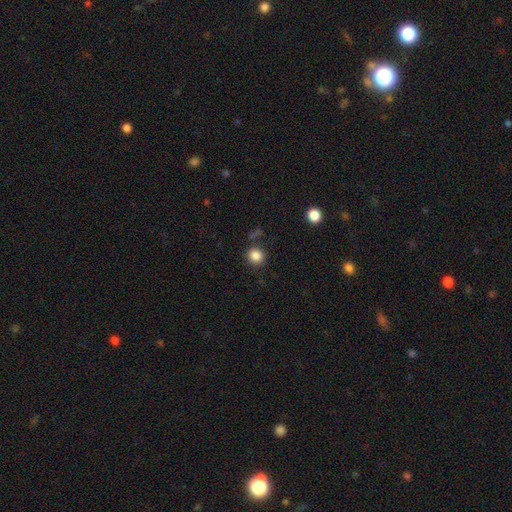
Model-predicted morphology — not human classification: The model was most divided on "how rounded": round: 83%, in between: 16%, cigar-shaped: 1%. More confident: smooth or featured — smooth (85%); merging — none (83%).